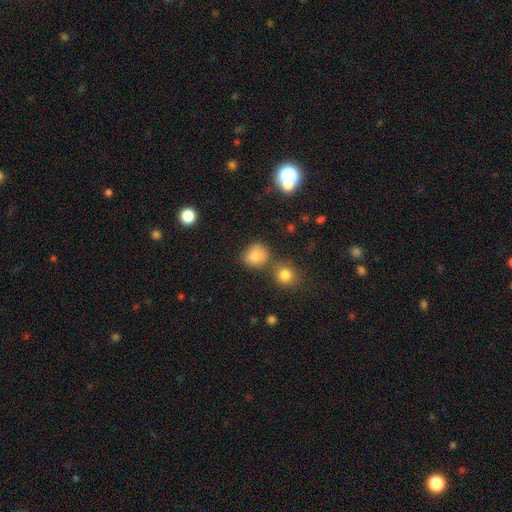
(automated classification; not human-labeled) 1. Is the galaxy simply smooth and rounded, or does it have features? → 80% smooth, 13% star or artifact, 8% featured or disk.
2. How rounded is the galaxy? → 76% round, 23% in between, 1% cigar-shaped.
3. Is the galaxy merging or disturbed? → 65% none, 15% merger, 15% minor disturbance, 5% major disturbance.